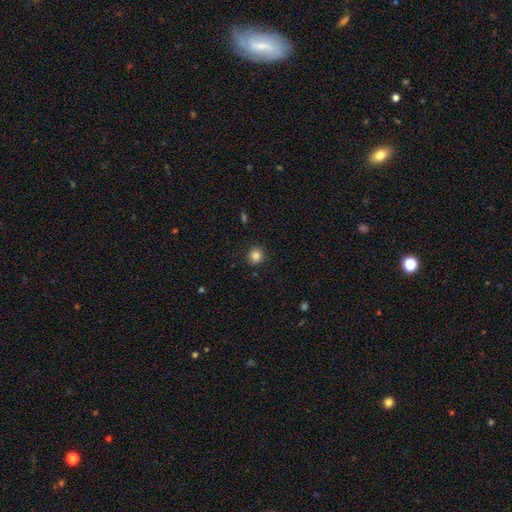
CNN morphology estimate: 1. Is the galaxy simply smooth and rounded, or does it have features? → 85% smooth, 11% star or artifact, 4% featured or disk.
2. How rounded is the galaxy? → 89% round, 10% in between, 1% cigar-shaped.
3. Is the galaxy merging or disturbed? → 89% none, 7% minor disturbance, 2% major disturbance, 1% merger.